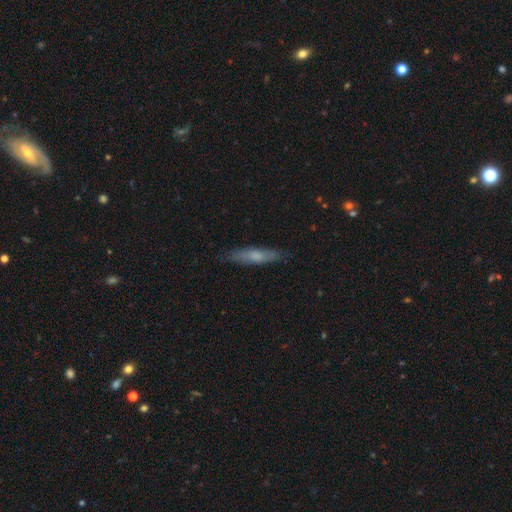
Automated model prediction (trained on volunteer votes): This is possibly a smooth galaxy (59%). How rounded: likely cigar-shaped (79%). Merging: clearly none (82%).